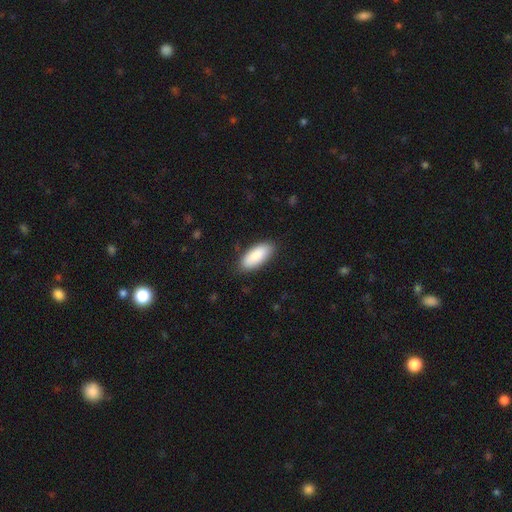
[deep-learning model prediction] This appears to be a smooth galaxy with no disk features (88%) that is in between round and cigar-shaped (86%). Merging: none (86%).